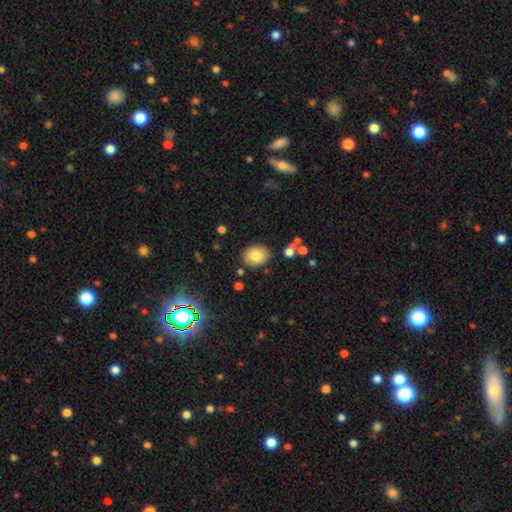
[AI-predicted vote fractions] Overall: smooth (81%). How rounded: in between (50%; round 49%). Merging: none (84%).